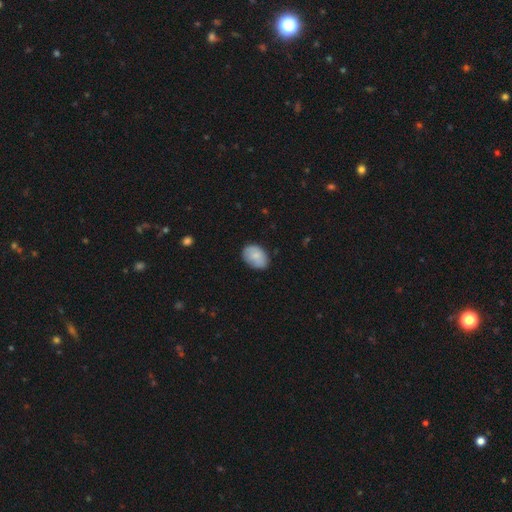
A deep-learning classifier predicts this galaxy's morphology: smooth_or_featured: smooth (p=0.80) [alt: featured or disk p=0.13]
how_rounded: in between (p=0.76) [alt: round p=0.23]
merging: none (p=0.77) [alt: minor disturbance p=0.19]